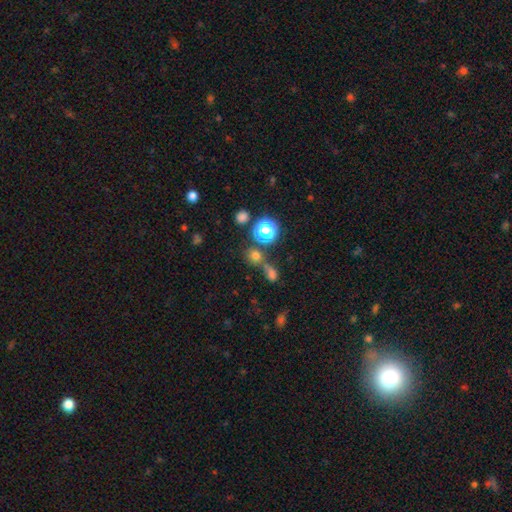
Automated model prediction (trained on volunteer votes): A smooth galaxy with no disk features (67%) that is round (84%).

Vote fractions:
- Smooth or featured? smooth: 67% / star or artifact: 26% / featured or disk: 7%
- How rounded? round: 84% / in between: 15% / cigar-shaped: 1%
- Merging? none: 63% / merger: 23% / minor disturbance: 9% / major disturbance: 5%